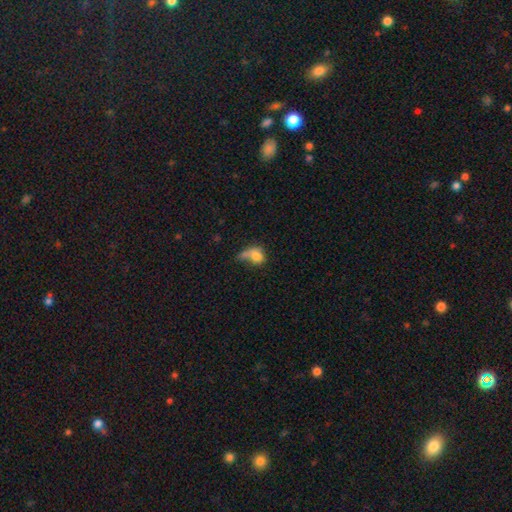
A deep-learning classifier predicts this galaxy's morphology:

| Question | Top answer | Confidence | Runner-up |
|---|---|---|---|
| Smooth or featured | smooth | 70% | featured or disk (20%) |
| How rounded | in between | 59% | round (38%) |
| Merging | major disturbance | 38% | none (24%) |